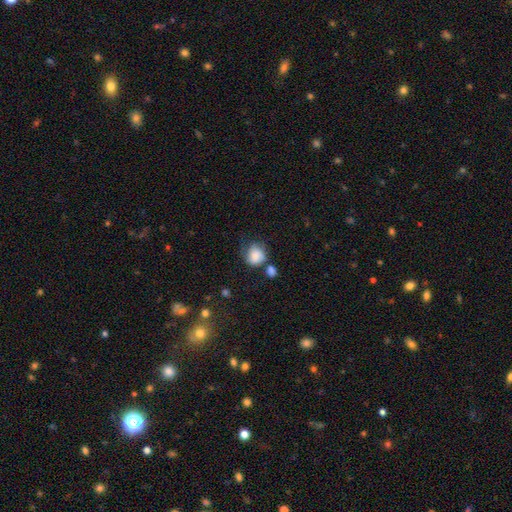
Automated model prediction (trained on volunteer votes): Overall: smooth (73%). How rounded: round (71%). Merging: none (37%; minor disturbance 27%).